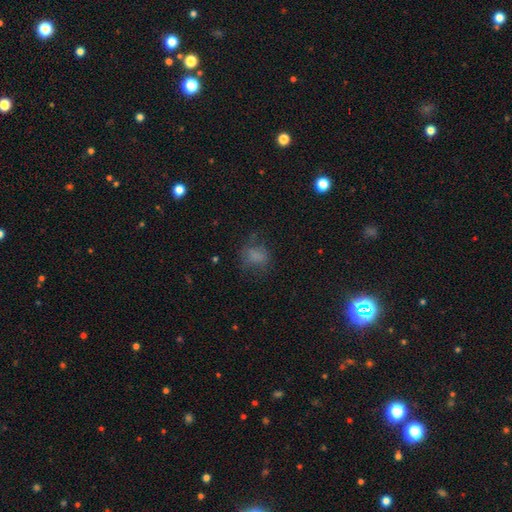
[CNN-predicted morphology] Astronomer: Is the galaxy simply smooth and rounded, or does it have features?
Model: smooth — 69%.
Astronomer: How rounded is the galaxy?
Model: in between — 51% (runner-up: round, 47%).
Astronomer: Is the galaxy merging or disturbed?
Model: none — 56%.